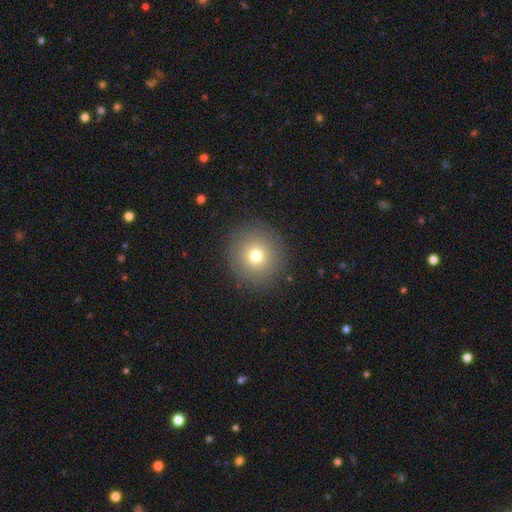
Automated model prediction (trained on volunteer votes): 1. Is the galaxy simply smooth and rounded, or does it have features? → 72% smooth, 15% star or artifact, 13% featured or disk.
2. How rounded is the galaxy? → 93% round, 6% in between, 1% cigar-shaped.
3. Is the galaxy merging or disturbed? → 90% none, 7% minor disturbance, 3% major disturbance, 1% merger.